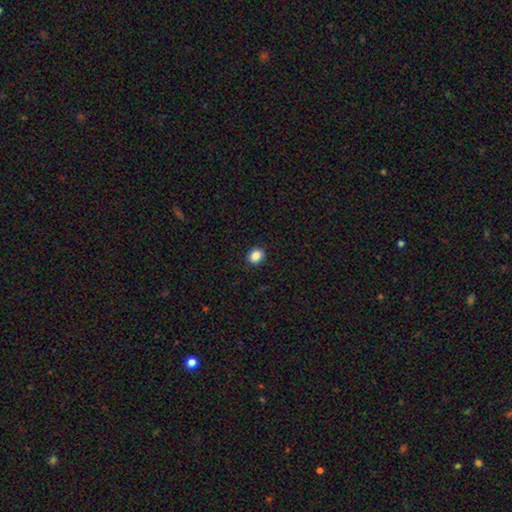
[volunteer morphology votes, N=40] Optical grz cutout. It shows a smooth galaxy with no disk features (92%) that is round (65%). Merging: none (87%).